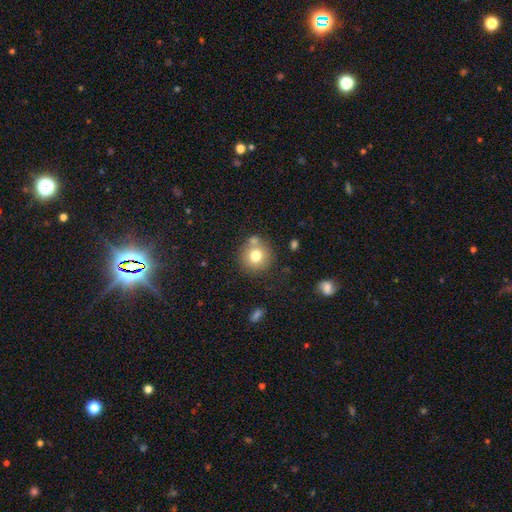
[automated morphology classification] A smooth galaxy with no disk features (75%) that is round (91%). Merging: none (70%).